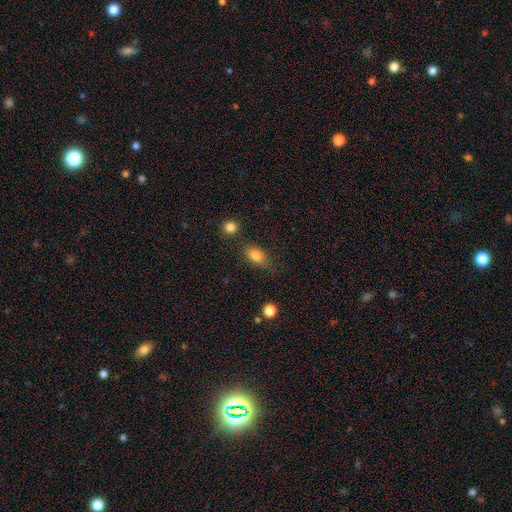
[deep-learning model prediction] smooth 83%, star or artifact 9%, featured or disk 8%. Down the decision tree: how rounded — in between (84%); merging — none (76%).